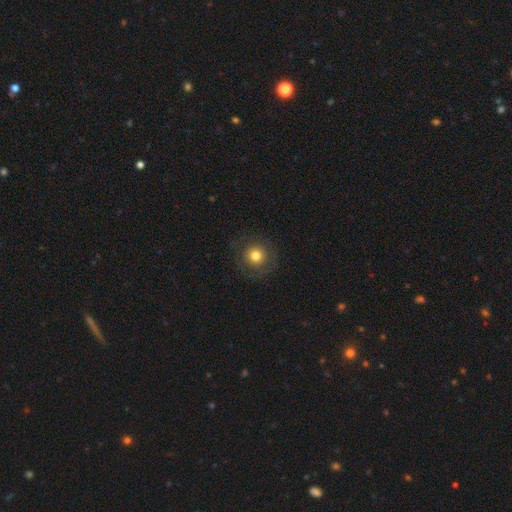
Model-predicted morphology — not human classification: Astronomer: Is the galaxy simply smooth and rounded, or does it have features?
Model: smooth — 74%.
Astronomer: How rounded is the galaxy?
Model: round — 95%.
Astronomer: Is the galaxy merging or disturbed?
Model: none — 83%.